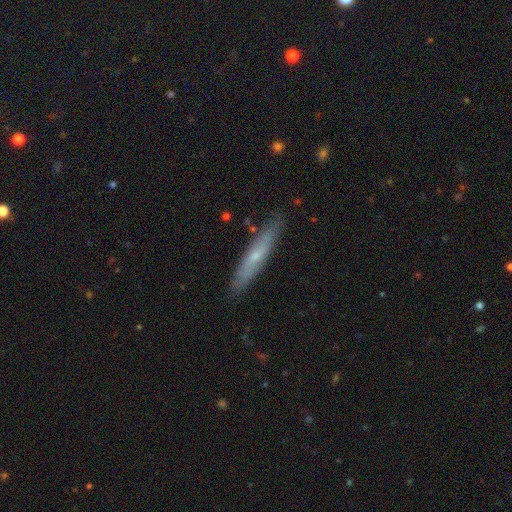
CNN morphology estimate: This is possibly a featured or disk galaxy (49%). Merging: clearly none (83%).